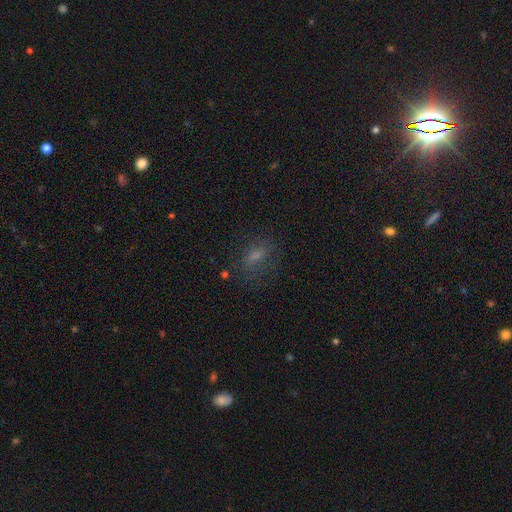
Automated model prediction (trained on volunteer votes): This appears to be a smooth galaxy with no disk features (53%) that is in between round and cigar-shaped (69%). Merging: none (66%).